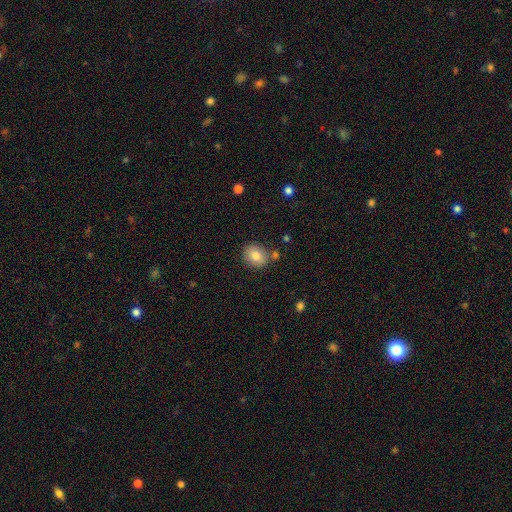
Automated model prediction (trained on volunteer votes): Smooth or featured: smooth — 81% (featured or disk — 10%)
How rounded: round — 61% (in between — 39%)
Merging: none — 78% (minor disturbance — 12%)